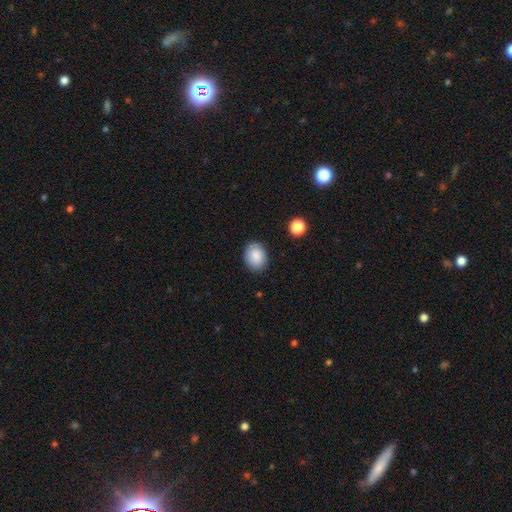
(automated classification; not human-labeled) Overall: smooth (87%). How rounded: in between (64%; round 35%). Merging: none (86%).